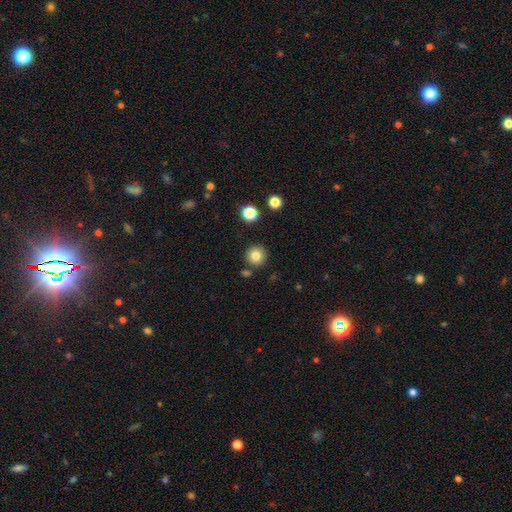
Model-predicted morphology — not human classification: type=smooth (83%); roundness=round (95%); merging=none (86%).